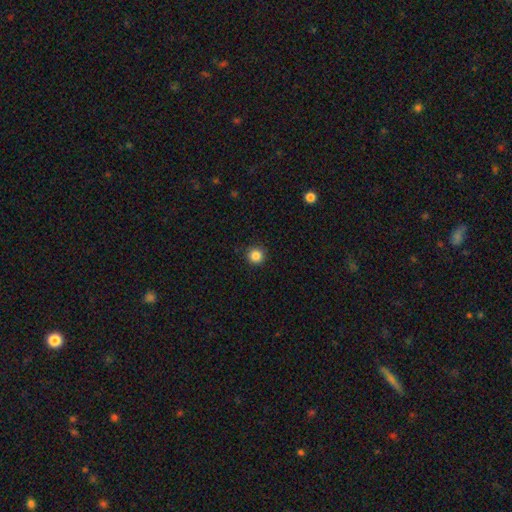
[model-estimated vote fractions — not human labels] A smooth galaxy with no disk features (86%) that is round (96%).

Vote fractions:
- Smooth or featured? smooth: 86% / star or artifact: 11% / featured or disk: 3%
- How rounded? round: 96% / in between: 3% / cigar-shaped: 1%
- Merging? none: 92% / minor disturbance: 5% / major disturbance: 2% / merger: 1%